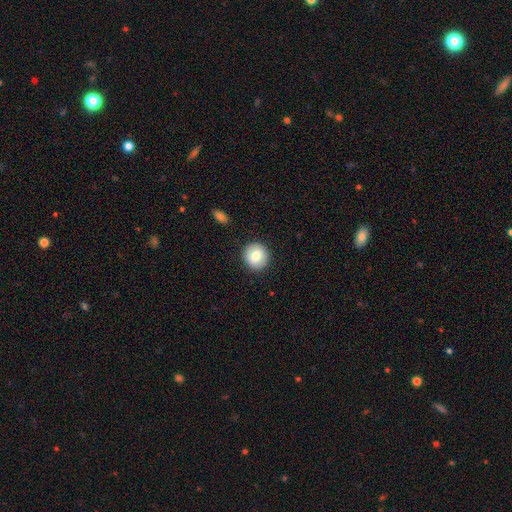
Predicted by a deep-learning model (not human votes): Morphology: type=smooth (78%); roundness=round (90%); merging=none (90%).